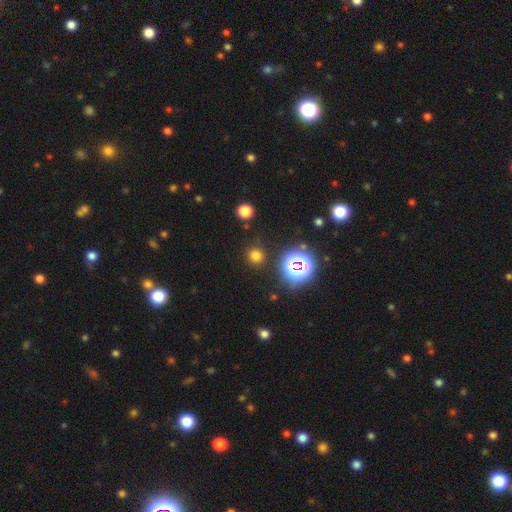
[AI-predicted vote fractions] A smooth galaxy with no disk features (68%) that is round (93%). Merging: none (88%).